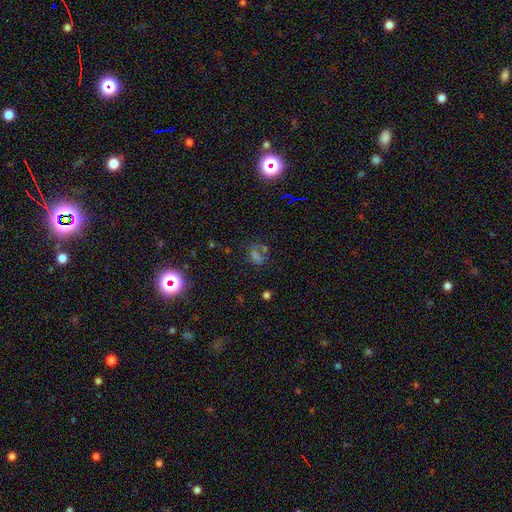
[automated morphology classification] Smooth or featured: star or artifact — 45% (smooth — 36%)